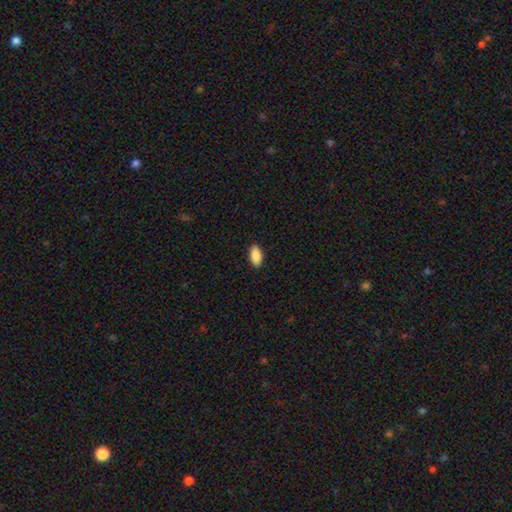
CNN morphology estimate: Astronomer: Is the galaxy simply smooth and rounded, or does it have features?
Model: smooth — 89%.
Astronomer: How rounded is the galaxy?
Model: in between — 92%.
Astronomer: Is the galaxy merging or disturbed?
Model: none — 90%.